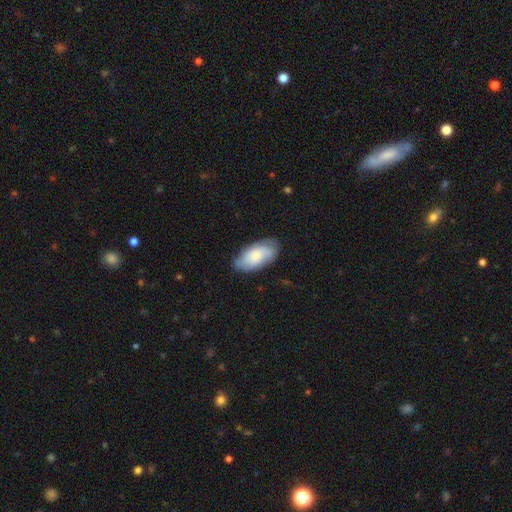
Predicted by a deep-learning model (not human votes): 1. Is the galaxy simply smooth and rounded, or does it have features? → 64% smooth, 30% featured or disk, 6% star or artifact.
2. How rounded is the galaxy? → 93% in between, 5% cigar-shaped, 3% round.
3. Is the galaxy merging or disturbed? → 74% none, 20% minor disturbance, 4% major disturbance, 1% merger.